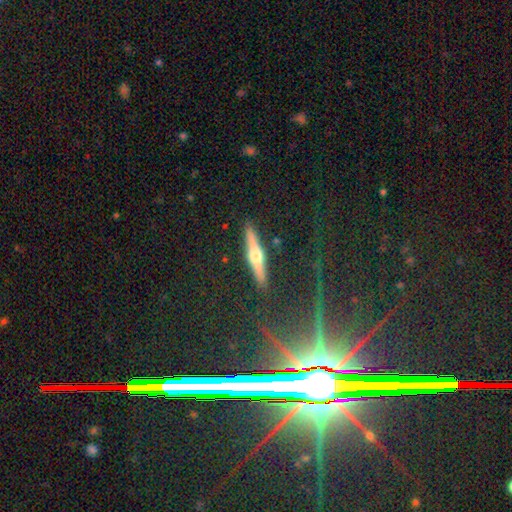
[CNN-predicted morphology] A featured or disk galaxy (63%) viewed edge-on (96%) with a rounded central bulge (92%).

Vote fractions:
- Smooth or featured? featured or disk: 63% / smooth: 27% / star or artifact: 10%
- Edge-on disk? yes: 96% / no: 4%
- Edge-on bulge? rounded: 92% / boxy: 4% / none: 4%
- Merging? none: 89% / minor disturbance: 7% / major disturbance: 2% / merger: 2%